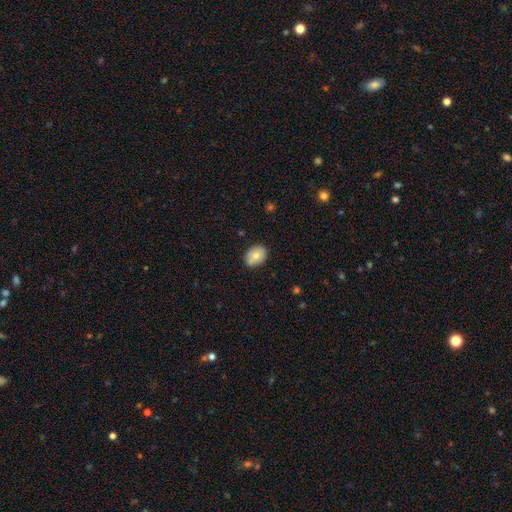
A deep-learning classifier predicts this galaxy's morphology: Smooth or featured? Predicted: smooth (p=0.73). How rounded? Predicted: in between (p=0.62). Merging? Predicted: none (p=0.76).